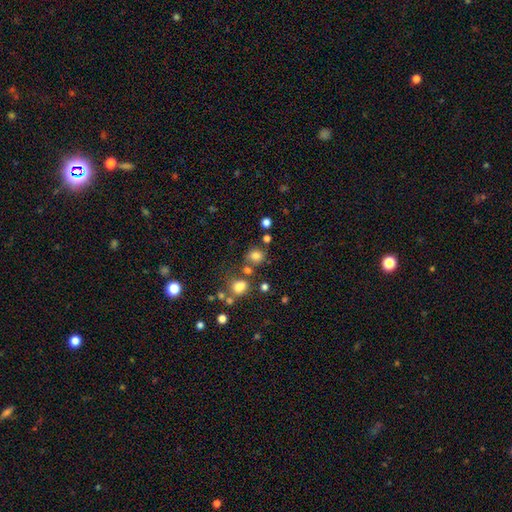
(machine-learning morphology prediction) This is likely a smooth galaxy (78%). How rounded: likely round (76%). Merging: likely none (68%).